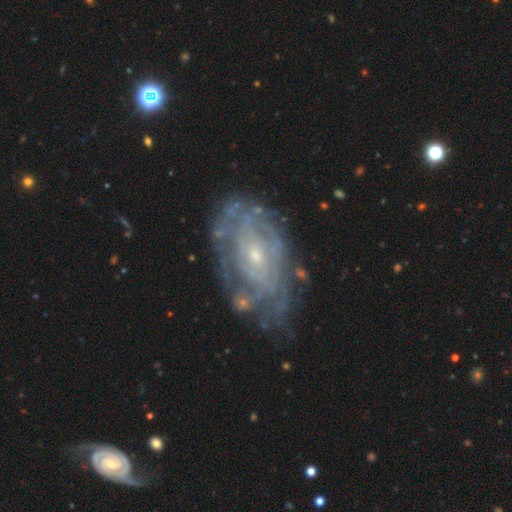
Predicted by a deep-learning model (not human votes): Smooth or featured? Predicted: featured or disk (p=0.82). Edge-on disk? Predicted: no (p=0.95). Bar? Predicted: no (p=0.65). Spiral arms? Predicted: yes (p=0.82). Spiral winding? Predicted: tight (p=0.71). Spiral arm count? Predicted: can't tell (p=0.59). Bulge size? Predicted: small (p=0.71). Merging? Predicted: none (p=0.67).